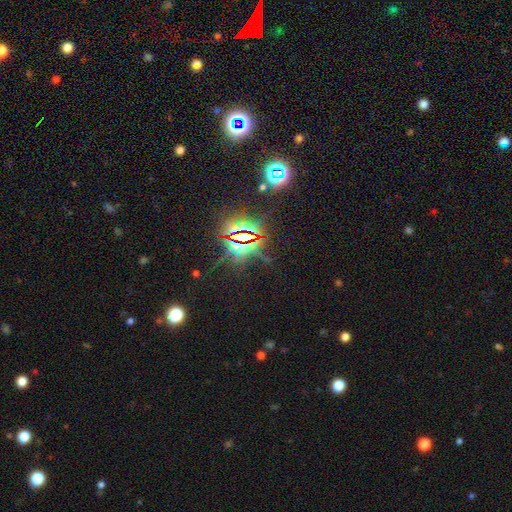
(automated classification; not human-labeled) This appears to be a star or artifact, not a galaxy (84%).